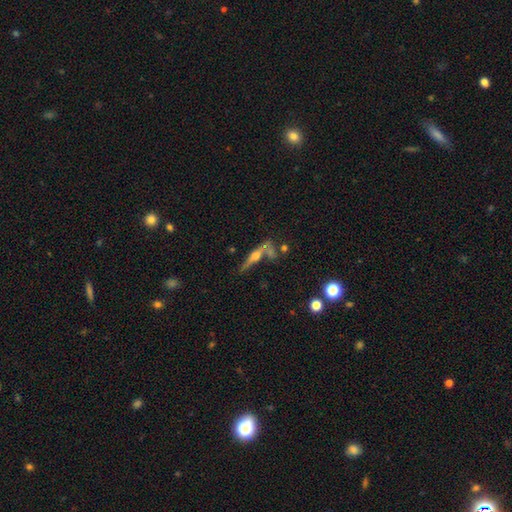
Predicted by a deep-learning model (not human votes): Q: Smooth or featured?
A: featured or disk (65%); runner-up: smooth (25%)
Q: Edge-on disk?
A: yes (92%); runner-up: no (8%)
Q: Edge-on bulge?
A: rounded (89%); runner-up: none (6%)
Q: Merging?
A: none (57%); runner-up: merger (19%)